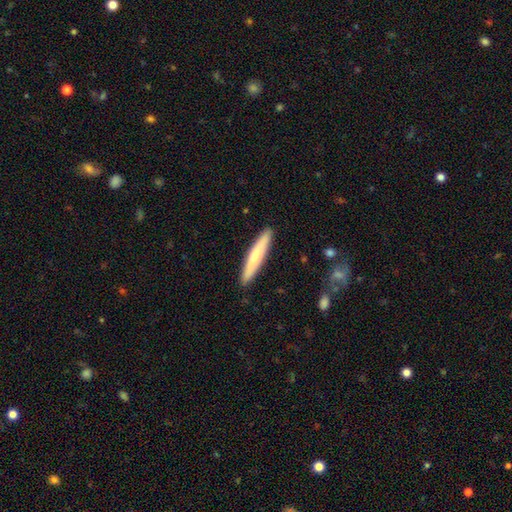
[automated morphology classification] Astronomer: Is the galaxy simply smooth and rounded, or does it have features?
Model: smooth — 69%.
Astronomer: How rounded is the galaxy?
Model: cigar-shaped — 93%.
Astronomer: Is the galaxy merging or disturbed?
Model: none — 91%.